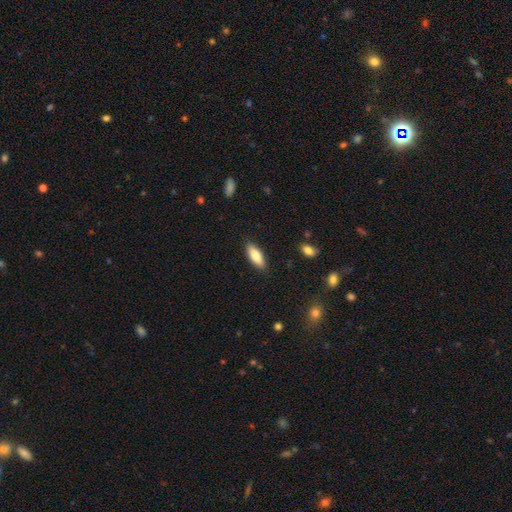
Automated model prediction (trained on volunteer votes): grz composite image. It shows a smooth galaxy with no disk features (76%) that is in between round and cigar-shaped (68%). Merging: none (88%).